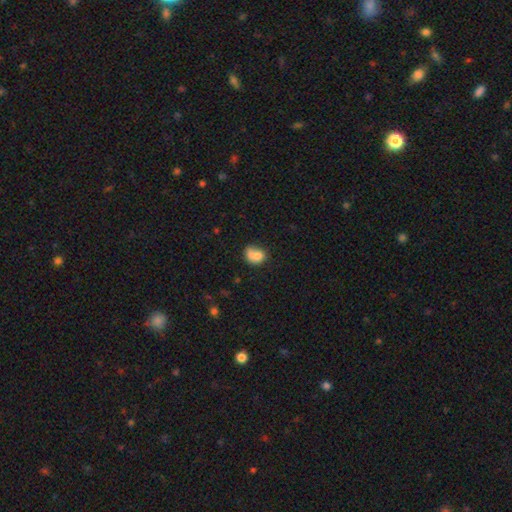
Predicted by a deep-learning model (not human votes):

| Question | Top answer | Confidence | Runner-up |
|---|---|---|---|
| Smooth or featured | smooth | 71% | featured or disk (19%) |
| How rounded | round | 54% | in between (45%) |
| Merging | merger | 42% | none (30%) |